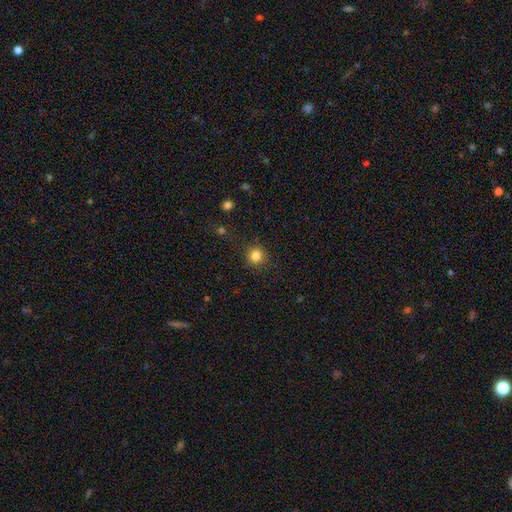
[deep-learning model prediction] This appears to be a smooth galaxy with no disk features (84%) that is round (92%). Merging: none (88%).